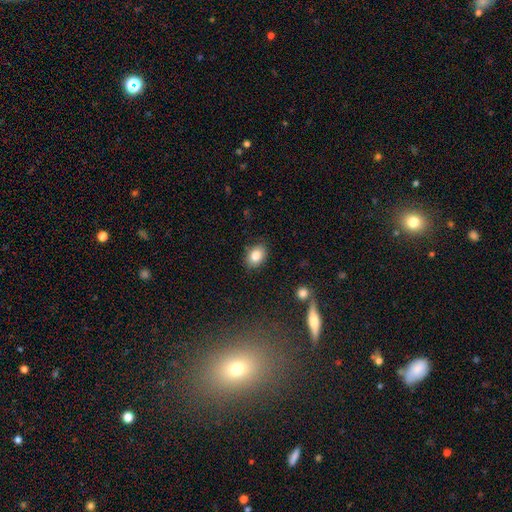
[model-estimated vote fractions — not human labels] Smooth or featured: smooth — 83% (star or artifact — 9%)
How rounded: in between — 73% (round — 26%)
Merging: none — 85% (minor disturbance — 11%)